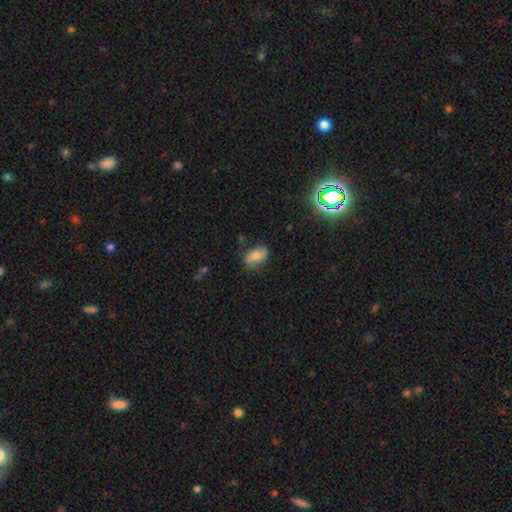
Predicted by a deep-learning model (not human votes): smooth 66%, featured or disk 25%, star or artifact 9%. Down the decision tree: how rounded — in between (89%); merging — none (66%).